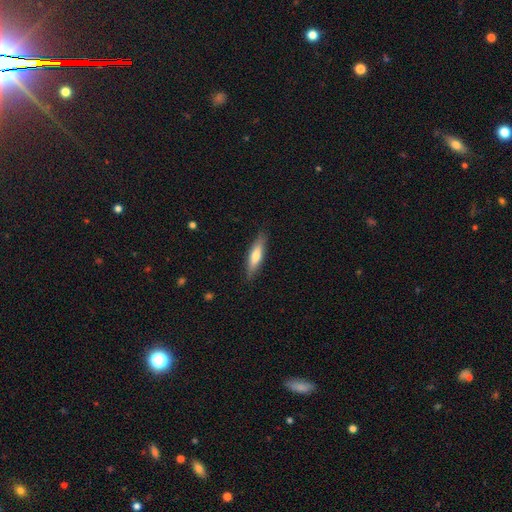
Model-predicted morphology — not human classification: Smooth or featured: smooth — 64% (featured or disk — 31%)
How rounded: cigar-shaped — 68% (in between — 30%)
Merging: none — 86% (minor disturbance — 11%)